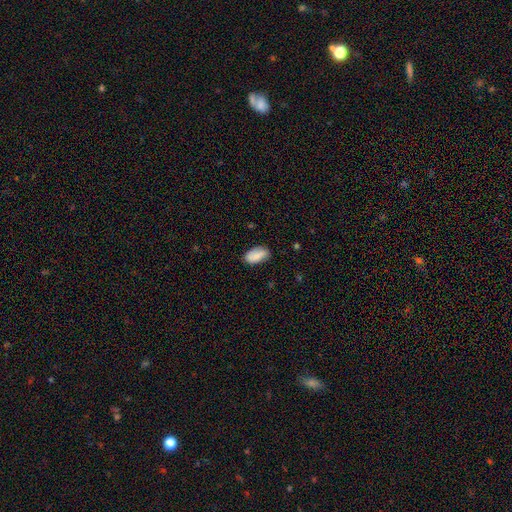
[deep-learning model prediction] smooth_or_featured: smooth (p=0.83) [alt: featured or disk p=0.10]
how_rounded: in between (p=0.94) [alt: round p=0.04]
merging: none (p=0.77) [alt: minor disturbance p=0.18]